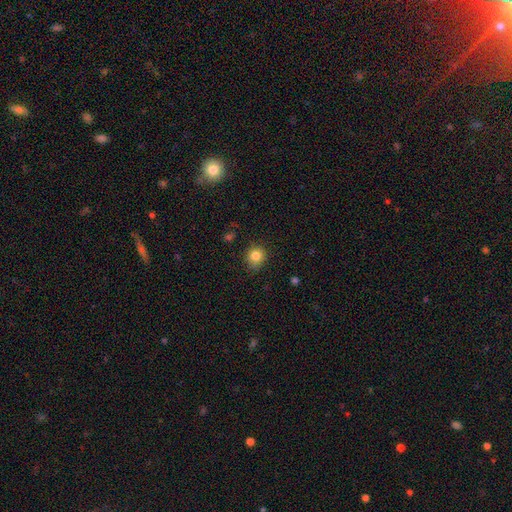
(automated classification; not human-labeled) Smooth or featured?
  - smooth: 83% *
  - star or artifact: 11%
  - featured or disk: 6%
How rounded?
  - round: 81% *
  - in between: 18%
  - cigar-shaped: 1%
Merging?
  - none: 81% *
  - minor disturbance: 15%
  - major disturbance: 3%
  - merger: 1%